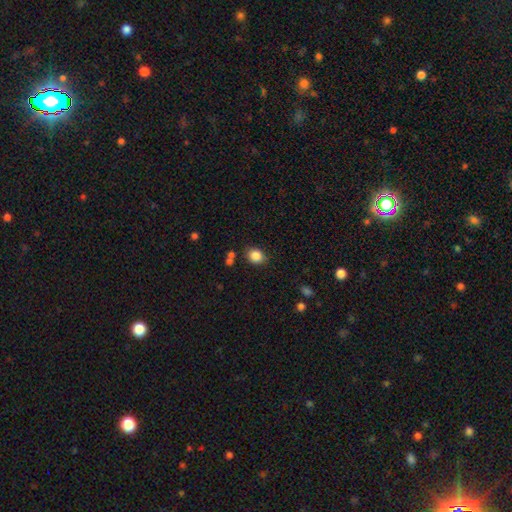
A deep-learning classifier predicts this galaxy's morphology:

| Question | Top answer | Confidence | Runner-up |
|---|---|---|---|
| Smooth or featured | smooth | 85% | star or artifact (10%) |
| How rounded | round | 57% | in between (42%) |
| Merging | none | 79% | minor disturbance (12%) |